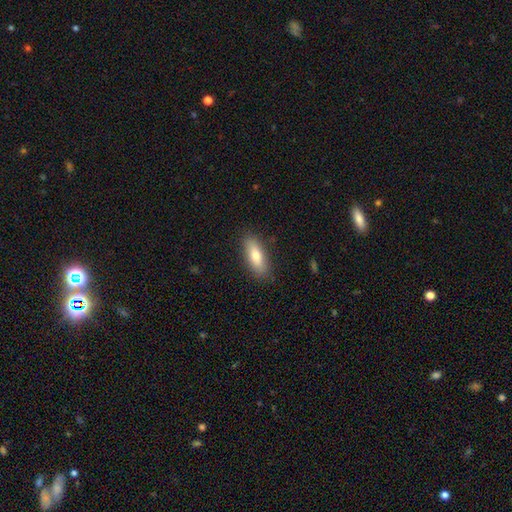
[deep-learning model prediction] Smooth or featured? Predicted: smooth (p=0.75). How rounded? Predicted: in between (p=0.64). Merging? Predicted: none (p=0.87).